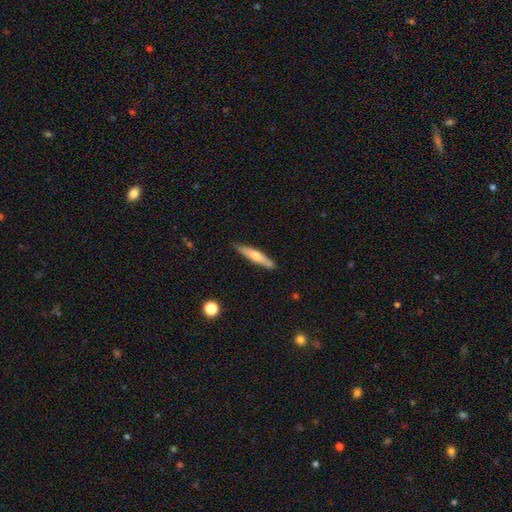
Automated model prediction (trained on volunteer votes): Smooth or featured?
  - smooth: 58% *
  - featured or disk: 37%
  - star or artifact: 6%
How rounded?
  - cigar-shaped: 88% *
  - in between: 11%
  - round: 1%
Merging?
  - none: 83% *
  - minor disturbance: 12%
  - merger: 2%
  - major disturbance: 2%